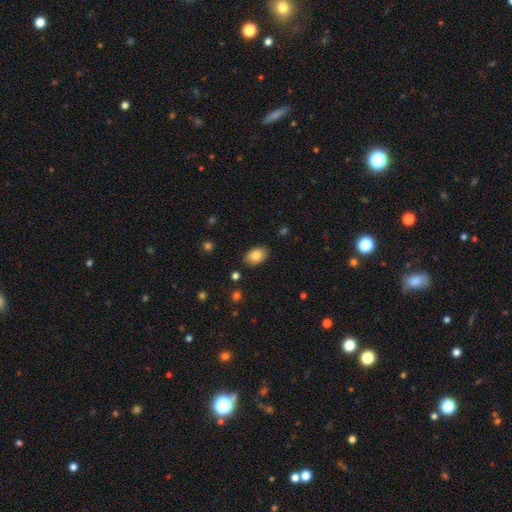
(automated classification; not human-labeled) The model was most divided on "how rounded": in between: 84%, round: 15%, cigar-shaped: 1%. More confident: merging — none (87%); smooth or featured — smooth (84%).